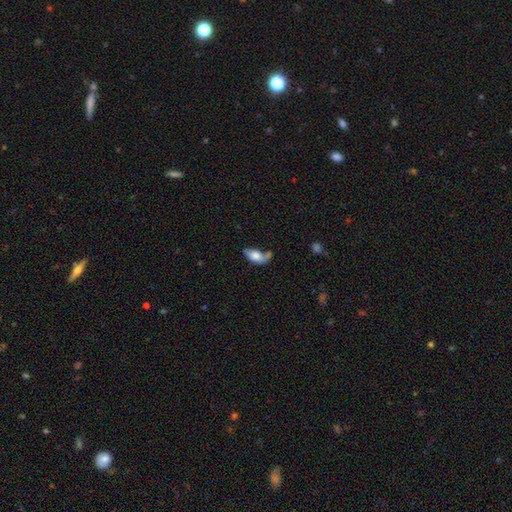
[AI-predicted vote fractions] Smooth or featured?
  - smooth: 68% *
  - featured or disk: 24%
  - star or artifact: 8%
How rounded?
  - in between: 88% *
  - round: 7%
  - cigar-shaped: 5%
Merging?
  - none: 33% *
  - minor disturbance: 27%
  - major disturbance: 23%
  - merger: 18%